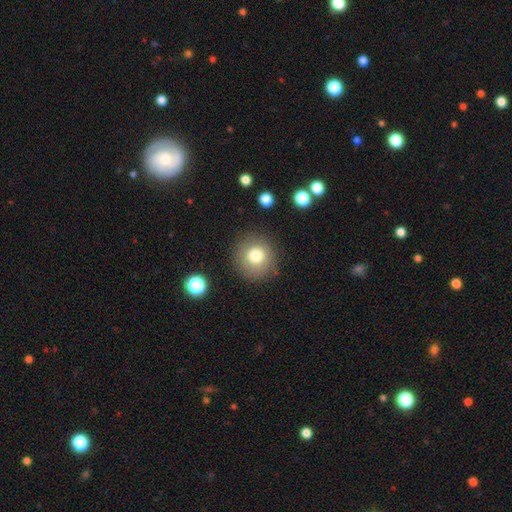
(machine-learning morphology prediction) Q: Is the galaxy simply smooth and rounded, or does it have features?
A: smooth — 77%.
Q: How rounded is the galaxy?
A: round — 94%.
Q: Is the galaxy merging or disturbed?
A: none — 87%.